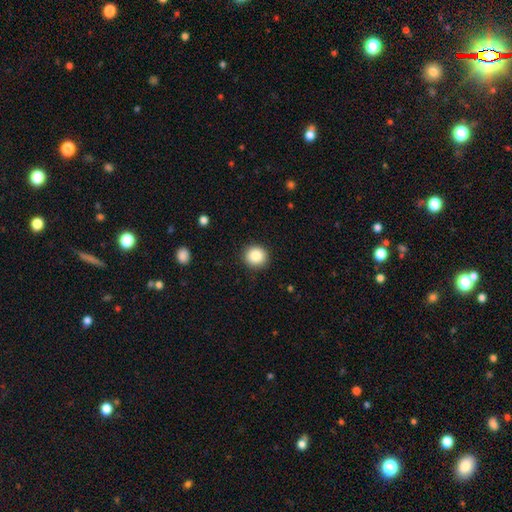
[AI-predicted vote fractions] smooth_or_featured: smooth (p=0.87) [alt: star or artifact p=0.09]
how_rounded: round (p=0.91) [alt: in between p=0.08]
merging: none (p=0.91) [alt: minor disturbance p=0.06]